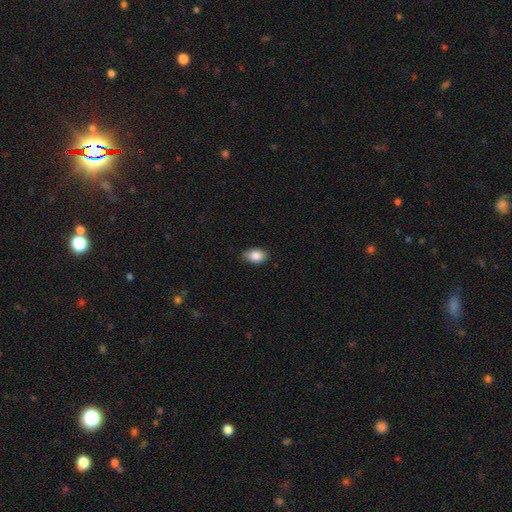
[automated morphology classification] This appears to be a smooth galaxy with no disk features (87%) that is in between round and cigar-shaped (85%). Merging: none (79%).